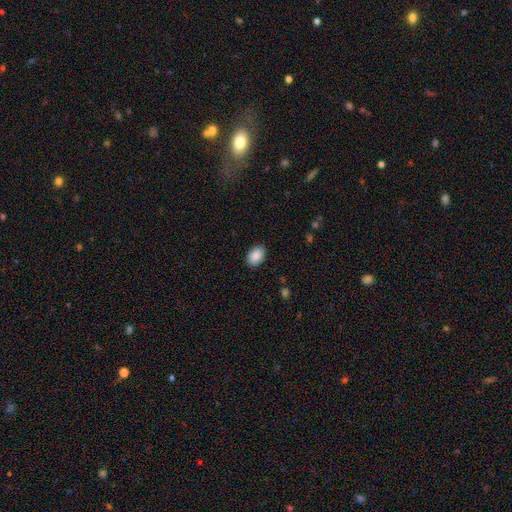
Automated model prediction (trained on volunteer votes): smooth-or-featured: smooth: 89% | star or artifact: 7% | featured or disk: 4%
  how-rounded: in between: 83% | round: 16% | cigar-shaped: 1%
  merging: none: 88% | minor disturbance: 9% | major disturbance: 2% | merger: 1%